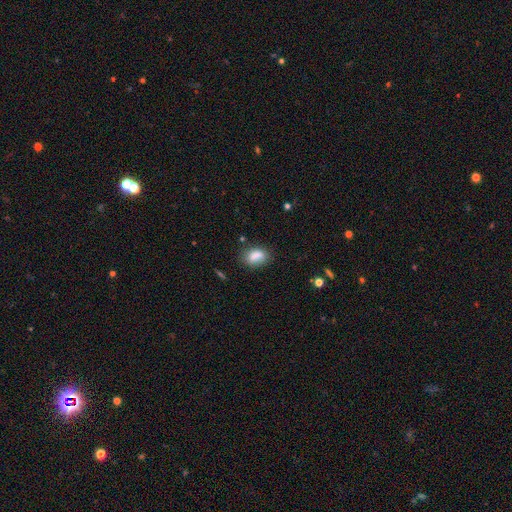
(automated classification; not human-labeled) smooth 79%, featured or disk 11%, star or artifact 9%. Down the decision tree: how rounded — in between (75%); merging — none (64%).